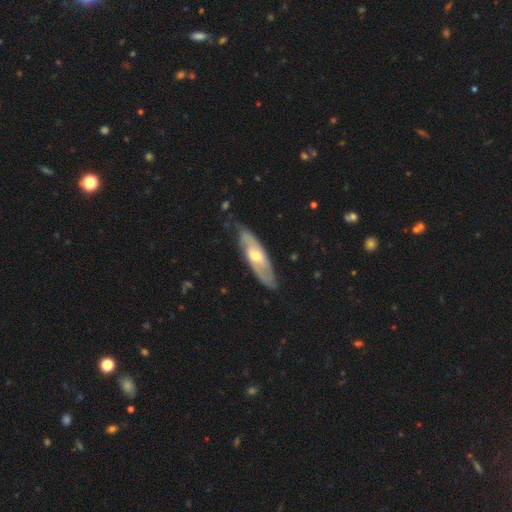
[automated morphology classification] This is likely a featured or disk galaxy (65%). It is likely not viewed edge-on (70%). Merging: likely none (75%).